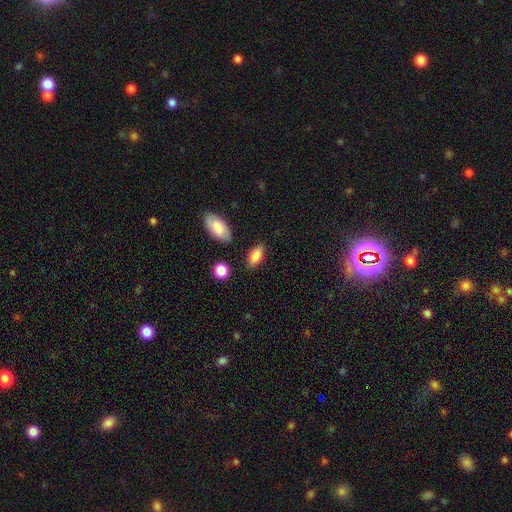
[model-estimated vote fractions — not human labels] Morphology: type=smooth (86%); roundness=in between (91%); merging=none (81%).